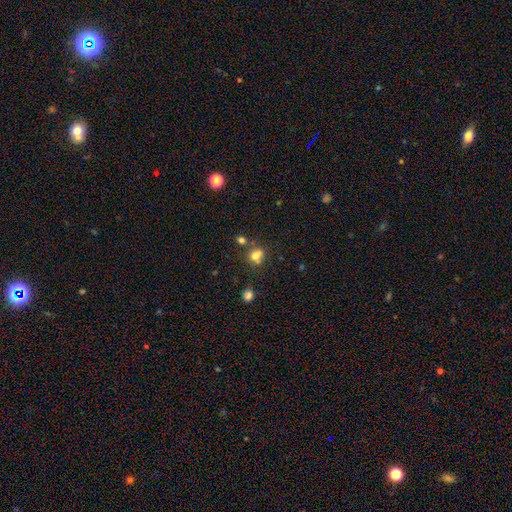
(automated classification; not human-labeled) This is likely a smooth galaxy (71%). How rounded: likely round (67%). Merging: possibly none (52%).